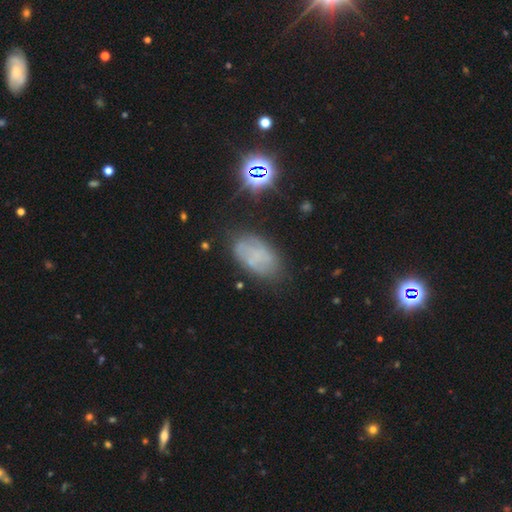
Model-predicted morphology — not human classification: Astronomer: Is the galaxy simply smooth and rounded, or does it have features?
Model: smooth — 44% (runner-up: featured or disk, 41%).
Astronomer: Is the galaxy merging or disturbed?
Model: none — 66%.